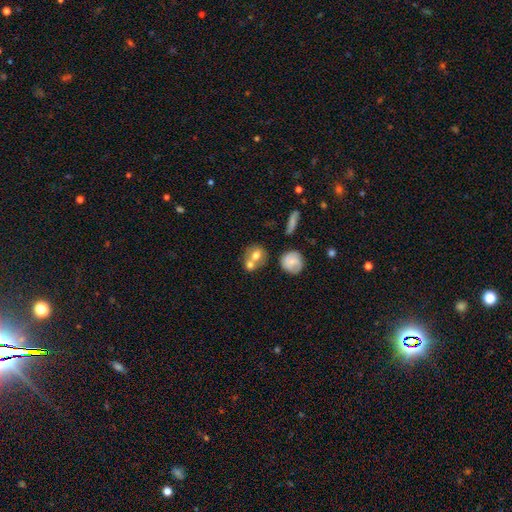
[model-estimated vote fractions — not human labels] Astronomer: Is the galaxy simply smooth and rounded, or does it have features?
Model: smooth — 68%.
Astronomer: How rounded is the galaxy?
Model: round — 68%.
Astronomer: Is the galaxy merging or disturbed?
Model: merger — 50% (runner-up: none, 37%).